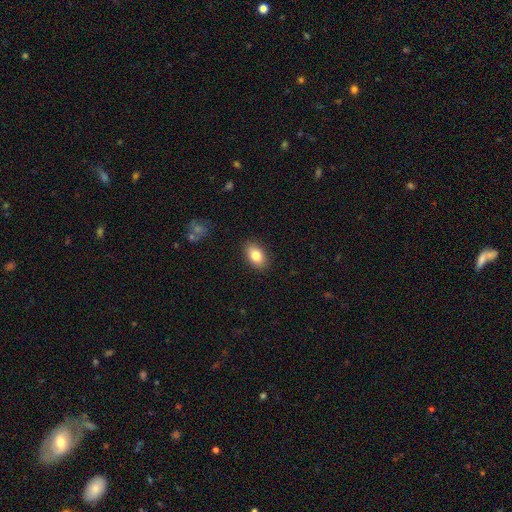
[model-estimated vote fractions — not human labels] Q: Smooth or featured?
A: smooth (82%); runner-up: featured or disk (10%)
Q: How rounded?
A: in between (89%); runner-up: round (9%)
Q: Merging?
A: none (88%); runner-up: minor disturbance (9%)